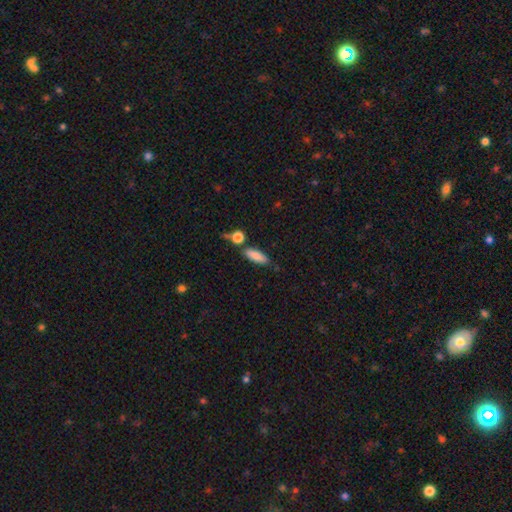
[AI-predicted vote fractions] This is clearly a smooth galaxy (83%). How rounded: possibly in between (58%). Merging: likely none (69%).